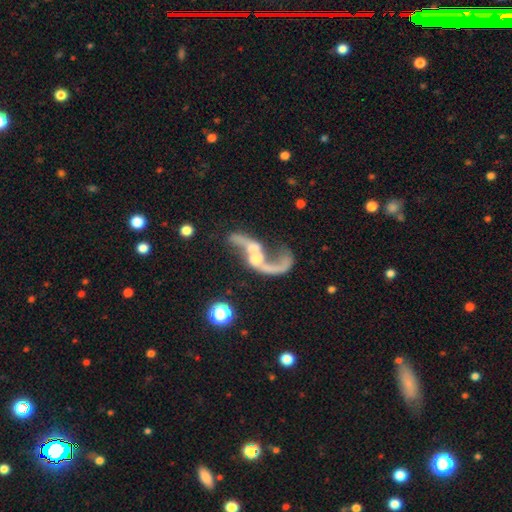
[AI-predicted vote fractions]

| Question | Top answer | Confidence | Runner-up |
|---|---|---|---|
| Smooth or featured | featured or disk | 80% | smooth (11%) |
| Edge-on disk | no | 94% | yes (6%) |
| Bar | no | 55% | weak (31%) |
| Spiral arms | yes | 83% | no (17%) |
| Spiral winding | loose | 88% | medium (10%) |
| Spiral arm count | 2 | 74% | 1 (20%) |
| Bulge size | moderate | 43% | small (28%) |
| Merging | merger | 45% | none (25%) |